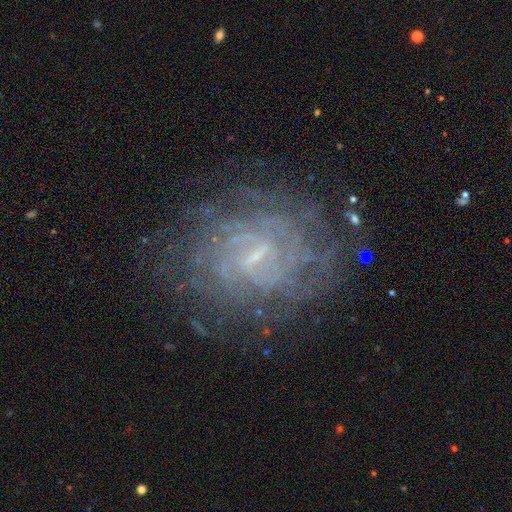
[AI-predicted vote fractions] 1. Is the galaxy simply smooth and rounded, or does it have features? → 81% featured or disk, 10% star or artifact, 10% smooth.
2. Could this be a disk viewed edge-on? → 97% no, 3% yes.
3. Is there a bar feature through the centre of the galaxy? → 57% weak, 23% no, 20% strong.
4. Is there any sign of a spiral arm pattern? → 87% yes, 13% no.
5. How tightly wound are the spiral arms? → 70% tight, 23% medium, 8% loose.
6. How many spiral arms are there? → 54% can't tell, 11% 2, 11% more than 4, 10% 4, 8% 3, 6% 1.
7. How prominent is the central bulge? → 70% small, 15% none, 13% moderate, 1% large, 1% dominant.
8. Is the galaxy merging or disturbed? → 78% none, 13% minor disturbance, 7% major disturbance, 2% merger.